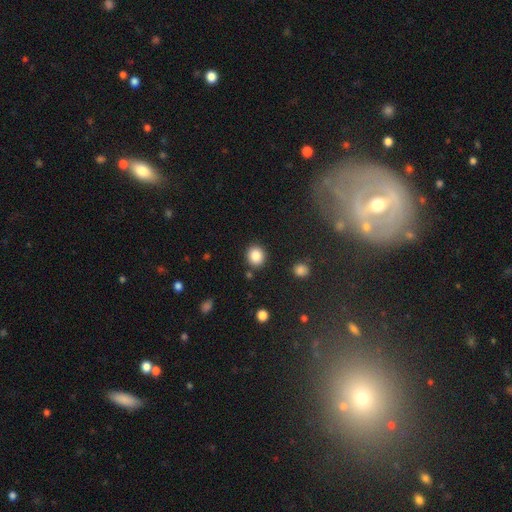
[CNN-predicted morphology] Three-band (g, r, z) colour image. It shows a smooth galaxy with no disk features (85%) that is round (80%). Merging: none (87%).